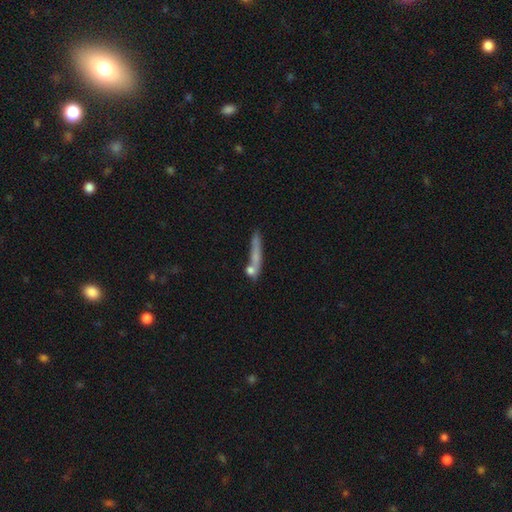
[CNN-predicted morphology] A smooth galaxy with no disk features (58%) that is cigar-shaped (88%).

Vote fractions:
- Smooth or featured? smooth: 58% / featured or disk: 30% / star or artifact: 11%
- How rounded? cigar-shaped: 88% / in between: 7% / round: 4%
- Merging? none: 57% / merger: 20% / minor disturbance: 15% / major disturbance: 8%